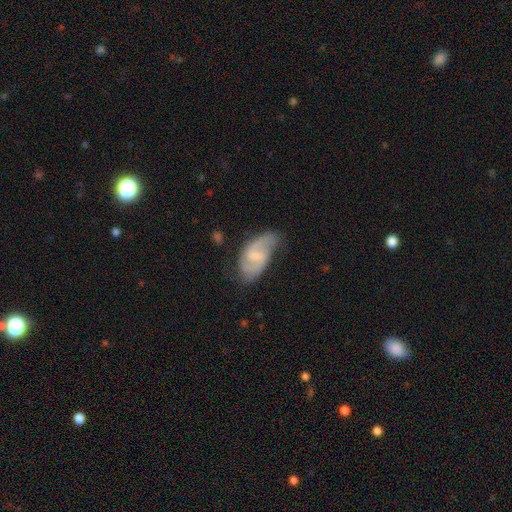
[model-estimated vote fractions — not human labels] Overall: featured or disk (77%). Edge-on disk: no (97%). Bar: weak (57%; no 25%). Spiral arms: yes (94%). Spiral arm count: 2 (86%). Spiral winding: medium (49%; loose 32%). Bulge size: small (42%; none 35%). Merging: none (63%; minor disturbance 25%).